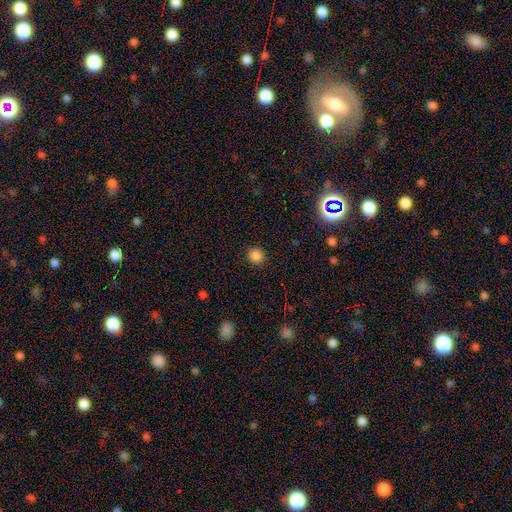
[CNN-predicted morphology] Smooth or featured? Predicted: smooth (p=0.84). How rounded? Predicted: round (p=0.91). Merging? Predicted: none (p=0.90).